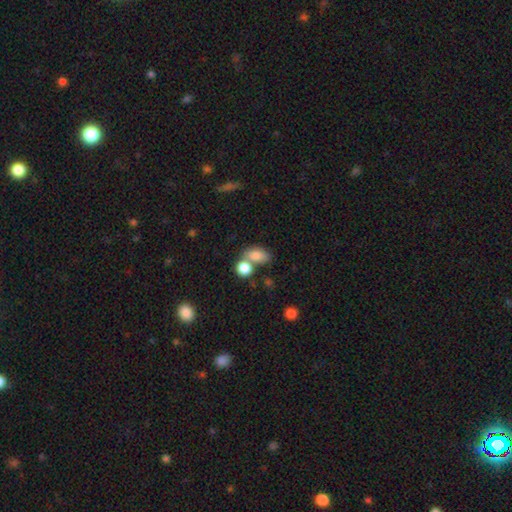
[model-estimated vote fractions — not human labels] A smooth galaxy with no disk features (80%) that is in between round and cigar-shaped (80%). Merging: merger (45%).